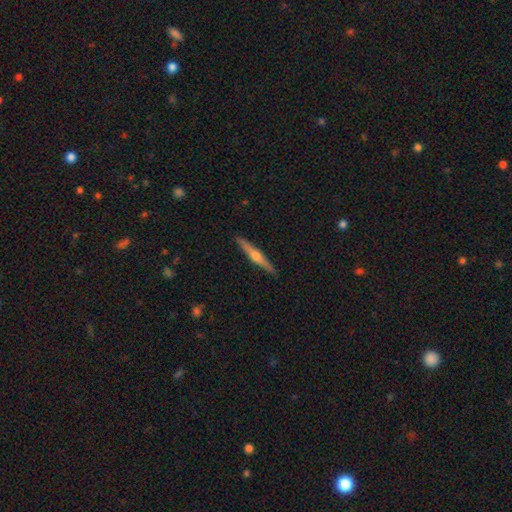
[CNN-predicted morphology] A featured or disk galaxy (68%) viewed edge-on (98%) with a rounded central bulge (91%). Merging: none (91%).